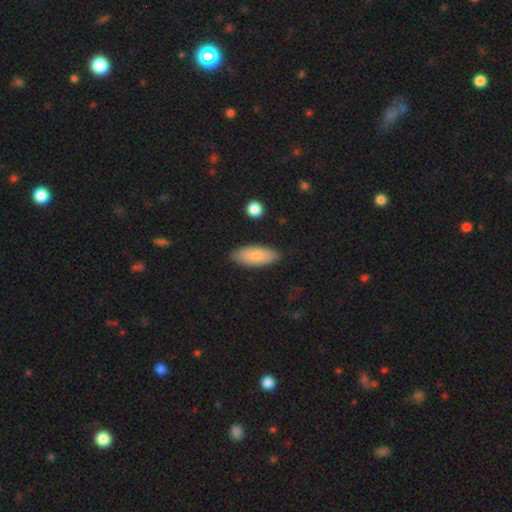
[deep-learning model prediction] A smooth galaxy with no disk features (77%) that is in between round and cigar-shaped (84%). Merging: none (82%).